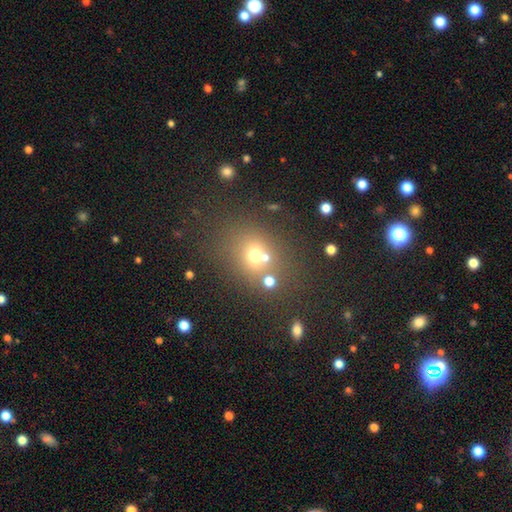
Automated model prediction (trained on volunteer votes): This appears to be a smooth galaxy with no disk features (63%) that is round (69%). Merging: none (60%).